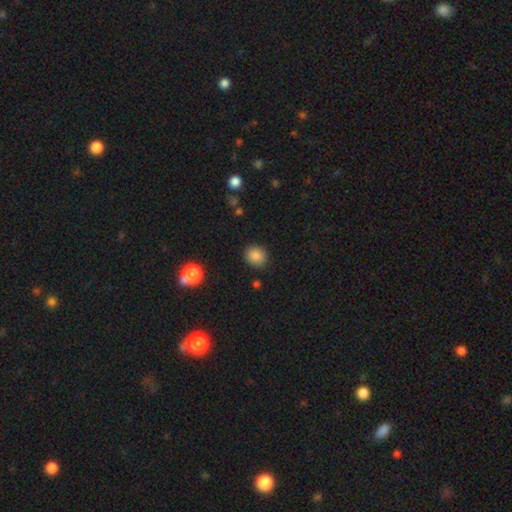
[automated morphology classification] A smooth galaxy with no disk features (85%) that is round (77%).

Vote fractions:
- Smooth or featured? smooth: 85% / star or artifact: 11% / featured or disk: 4%
- How rounded? round: 77% / in between: 22% / cigar-shaped: 1%
- Merging? none: 86% / minor disturbance: 9% / major disturbance: 3% / merger: 2%